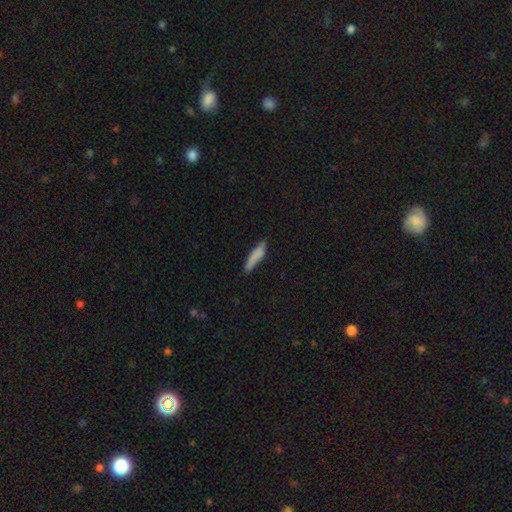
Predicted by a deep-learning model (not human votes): Smooth or featured? smooth (78%)
How rounded? cigar-shaped (81%)
Merging? none (72%)